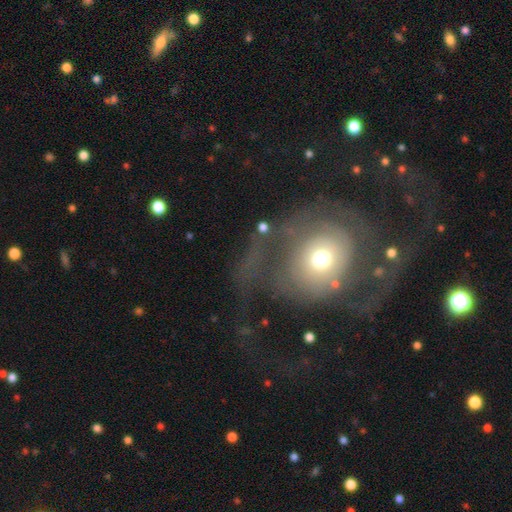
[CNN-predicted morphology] Smooth or featured? featured or disk (63%)
Edge-on disk? no (96%)
Bar? no (82%)
Spiral arms? yes (64%)
Bulge size? moderate (56%)
Merging? major disturbance (44%)